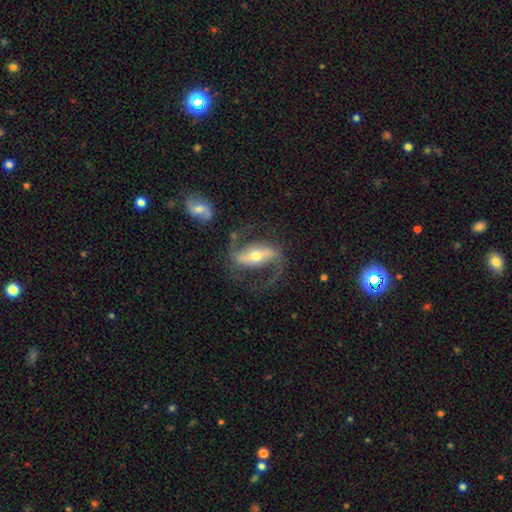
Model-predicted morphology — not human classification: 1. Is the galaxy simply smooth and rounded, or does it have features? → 88% featured or disk, 7% smooth, 5% star or artifact.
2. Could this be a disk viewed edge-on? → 94% no, 6% yes.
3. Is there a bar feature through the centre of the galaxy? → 67% strong, 22% weak, 12% no.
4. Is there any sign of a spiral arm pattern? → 95% yes, 5% no.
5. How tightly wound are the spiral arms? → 46% medium, 43% loose, 11% tight.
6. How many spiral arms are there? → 90% 2, 4% 1, 2% can't tell, 1% 3, 1% 4, 1% more than 4.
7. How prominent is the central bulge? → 59% moderate, 34% small, 5% large, 1% dominant, 1% none.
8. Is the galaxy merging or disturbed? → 69% none, 14% minor disturbance, 13% major disturbance, 4% merger.